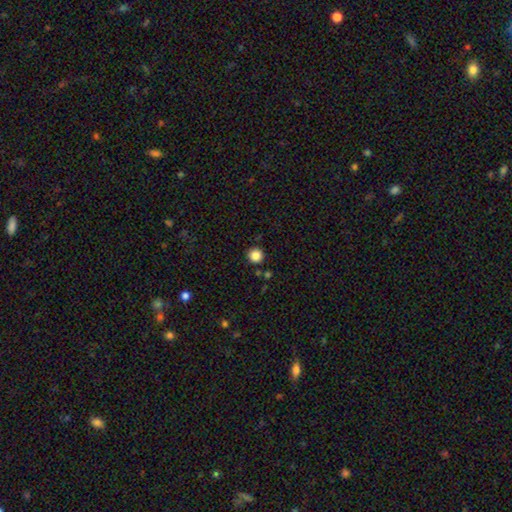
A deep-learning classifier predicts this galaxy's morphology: smooth 85%, star or artifact 11%, featured or disk 4%. Down the decision tree: how rounded — round (95%); merging — none (90%).